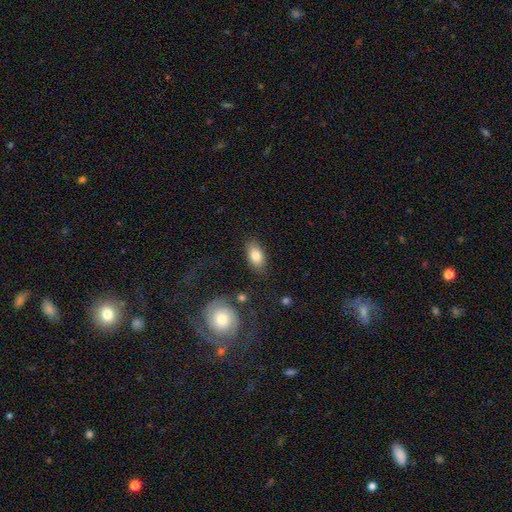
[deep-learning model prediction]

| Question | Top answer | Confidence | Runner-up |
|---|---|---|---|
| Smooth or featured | smooth | 81% | featured or disk (12%) |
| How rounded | in between | 90% | round (6%) |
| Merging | none | 83% | minor disturbance (11%) |